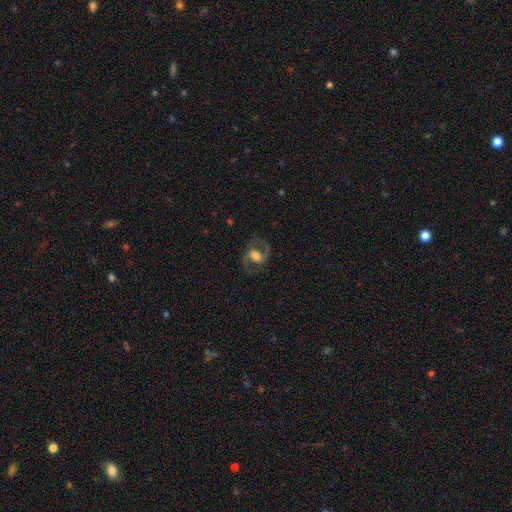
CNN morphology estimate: The model was most divided on "bar": weak: 42%, no: 39%, strong: 19%. More confident: edge-on disk — no (97%); spiral arms — yes (91%); spiral arm count — 2 (91%); smooth or featured — featured or disk (77%); merging — none (76%); spiral winding — medium (57%); bulge size — moderate (51%).